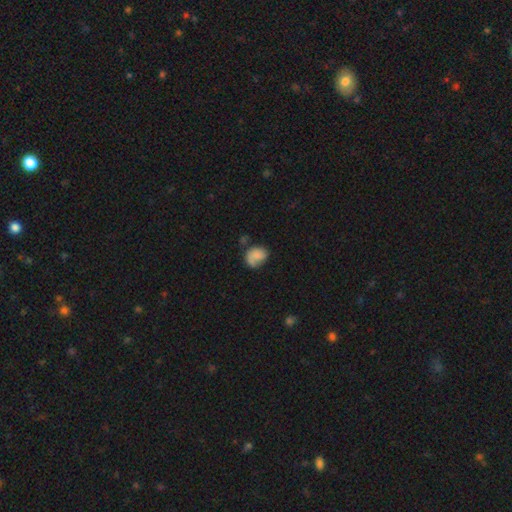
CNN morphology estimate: smooth_or_featured: smooth (p=0.62) [alt: featured or disk p=0.29]
how_rounded: in between (p=0.54) [alt: round p=0.45]
merging: none (p=0.45) [alt: minor disturbance p=0.28]